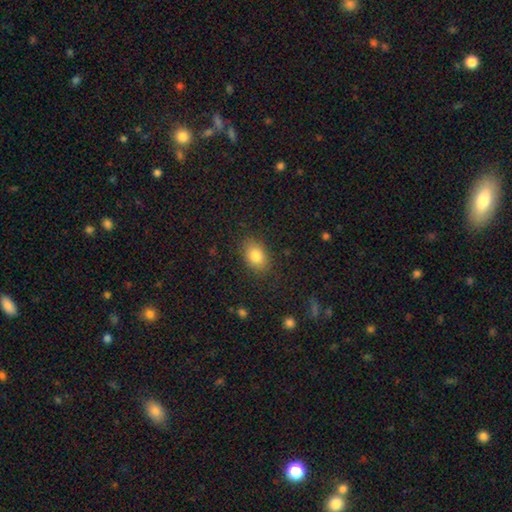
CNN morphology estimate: A smooth galaxy with no disk features (84%) that is in between round and cigar-shaped (78%).

Vote fractions:
- Smooth or featured? smooth: 84% / star or artifact: 9% / featured or disk: 7%
- How rounded? in between: 78% / round: 21% / cigar-shaped: 1%
- Merging? none: 84% / minor disturbance: 11% / major disturbance: 4% / merger: 1%